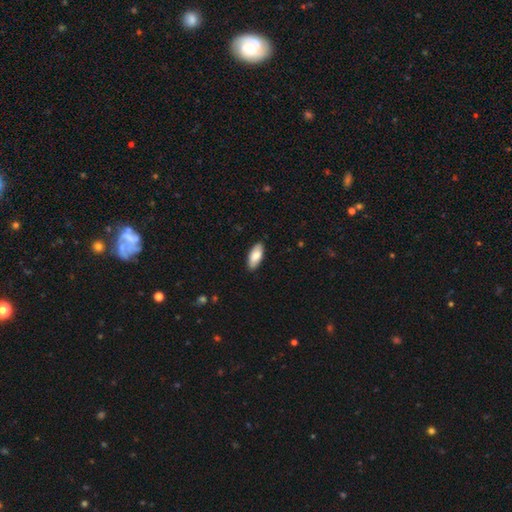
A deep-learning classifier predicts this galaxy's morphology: This appears to be a smooth galaxy with no disk features (82%) that is in between round and cigar-shaped (88%). Merging: none (87%).